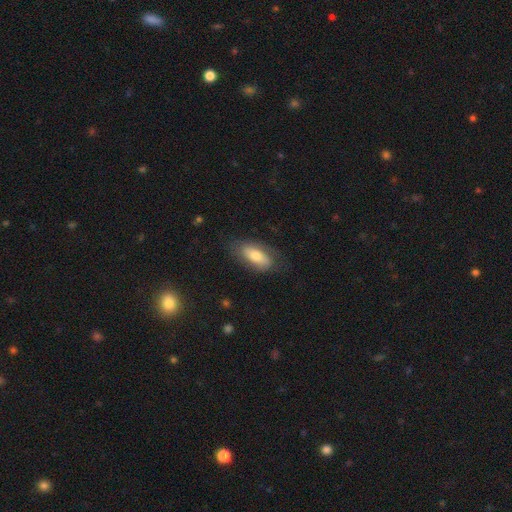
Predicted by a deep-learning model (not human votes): smooth 64%, featured or disk 30%, star or artifact 6%. Down the decision tree: how rounded — in between (85%); merging — none (71%).